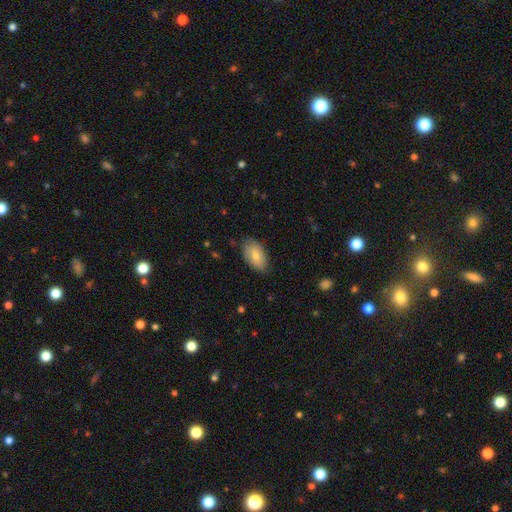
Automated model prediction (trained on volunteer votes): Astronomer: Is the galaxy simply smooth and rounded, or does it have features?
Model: smooth — 75%.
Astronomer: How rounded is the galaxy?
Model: in between — 94%.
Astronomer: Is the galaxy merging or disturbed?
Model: none — 78%.